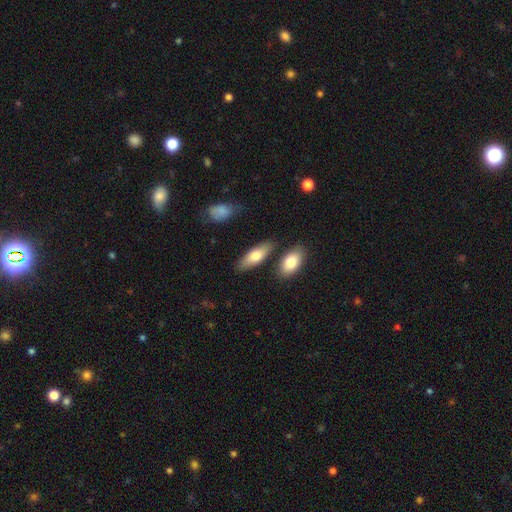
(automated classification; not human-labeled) Overall: smooth (74%). How rounded: in between (69%). Merging: none (79%).